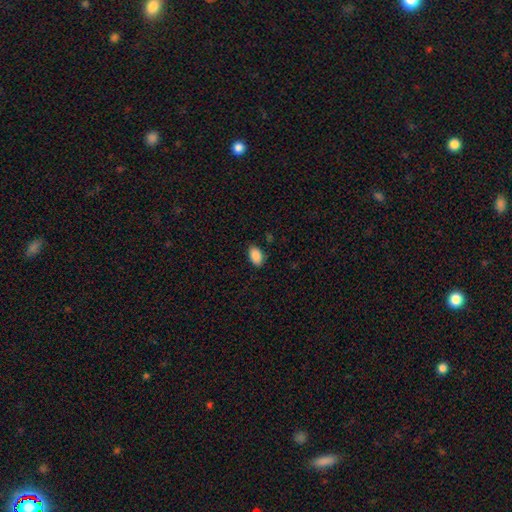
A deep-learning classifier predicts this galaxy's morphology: smooth-or-featured: smooth: 88% | star or artifact: 7% | featured or disk: 4%
  how-rounded: in between: 92% | round: 7% | cigar-shaped: 1%
  merging: none: 85% | minor disturbance: 12% | major disturbance: 2% | merger: 1%